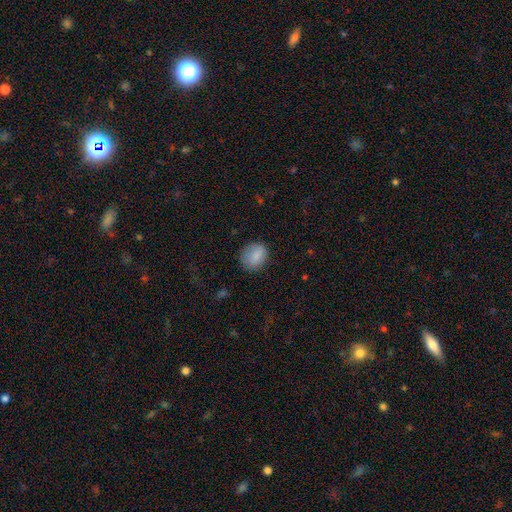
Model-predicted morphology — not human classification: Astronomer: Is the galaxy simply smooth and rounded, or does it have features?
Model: smooth — 85%.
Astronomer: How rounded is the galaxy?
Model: round — 59% (runner-up: in between, 39%).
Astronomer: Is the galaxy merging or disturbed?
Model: none — 80%.